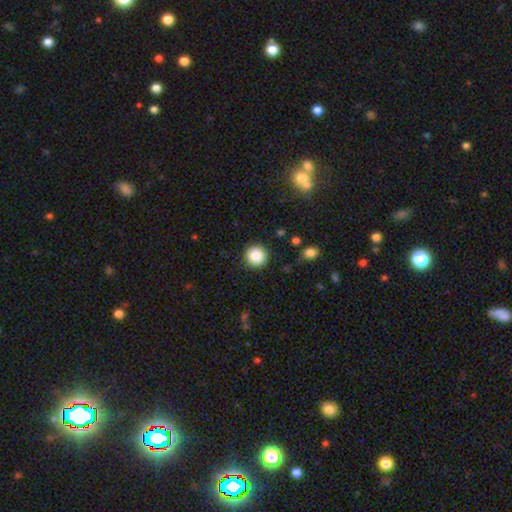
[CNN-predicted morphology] The model was most divided on "smooth or featured": smooth: 86%, star or artifact: 9%, featured or disk: 5%. More confident: how rounded — round (95%); merging — none (91%).